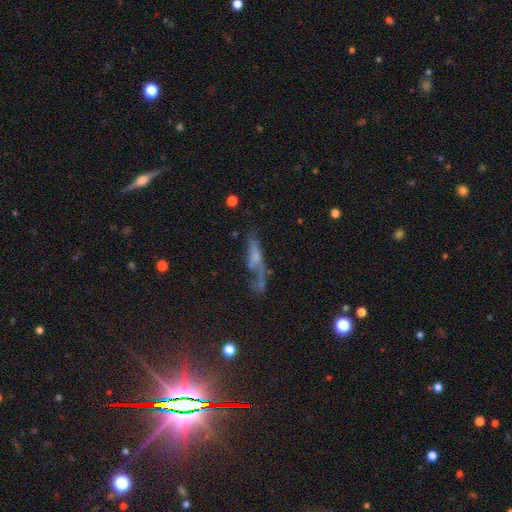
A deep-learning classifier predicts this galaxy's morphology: A featured or disk galaxy (44%).

Vote fractions:
- Smooth or featured? featured or disk: 44% / smooth: 36% / star or artifact: 20%
- Merging? none: 42% / major disturbance: 24% / minor disturbance: 21% / merger: 13%